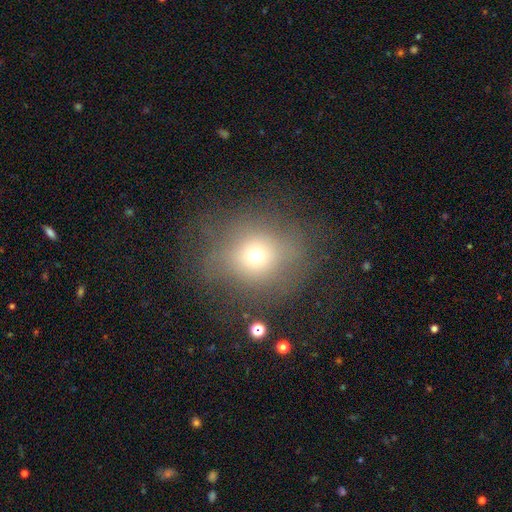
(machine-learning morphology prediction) The model was most divided on "smooth or featured": smooth: 62%, star or artifact: 20%, featured or disk: 18%. More confident: how rounded — round (84%); merging — none (64%).